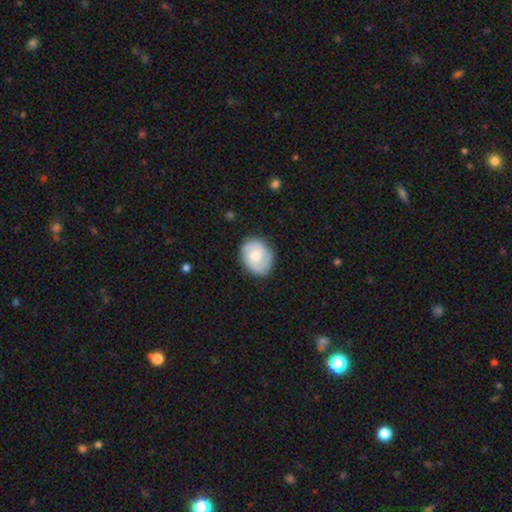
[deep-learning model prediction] Smooth or featured: featured or disk — 57% (smooth — 37%)
Edge-on disk: no — 97% (yes — 3%)
Bar: no — 61% (weak — 34%)
Spiral arms: yes — 84% (no — 16%)
Bulge size: moderate — 60% (small — 20%)
Merging: none — 81% (minor disturbance — 14%)